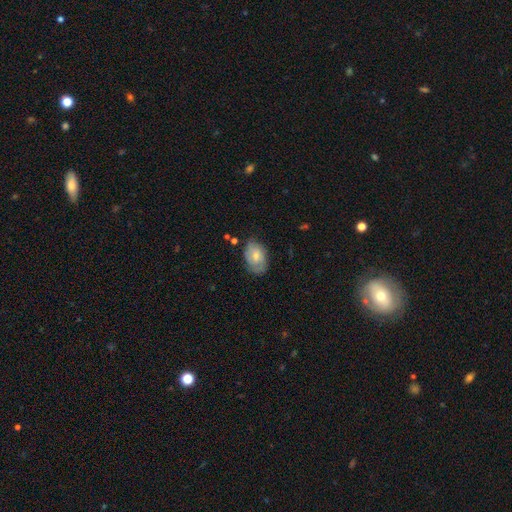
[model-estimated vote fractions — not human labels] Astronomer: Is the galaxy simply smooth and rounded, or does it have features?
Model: smooth — 57% (runner-up: featured or disk, 36%).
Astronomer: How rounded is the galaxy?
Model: in between — 86%.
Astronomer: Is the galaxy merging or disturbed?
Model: none — 67%.